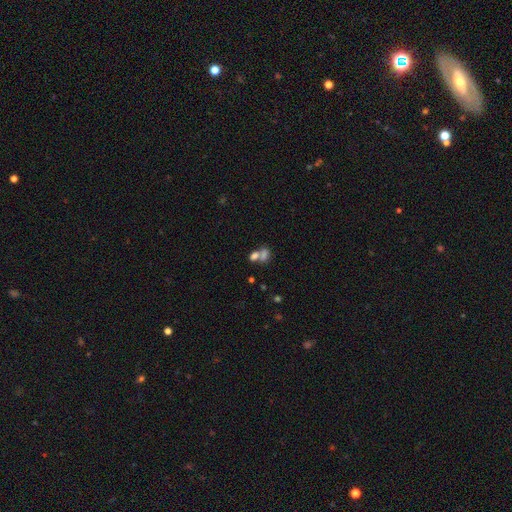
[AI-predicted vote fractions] Smooth or featured? smooth (73%)
How rounded? in between (74%)
Merging? merger (60%)